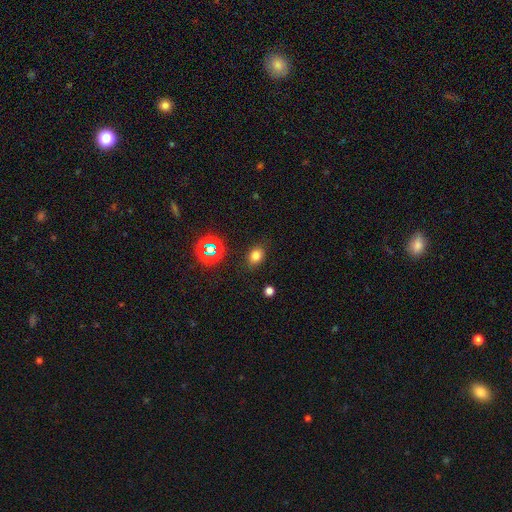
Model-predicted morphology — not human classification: smooth-or-featured: smooth: 74% | star or artifact: 18% | featured or disk: 8%
  how-rounded: in between: 60% | round: 39% | cigar-shaped: 1%
  merging: none: 84% | minor disturbance: 11% | major disturbance: 3% | merger: 2%